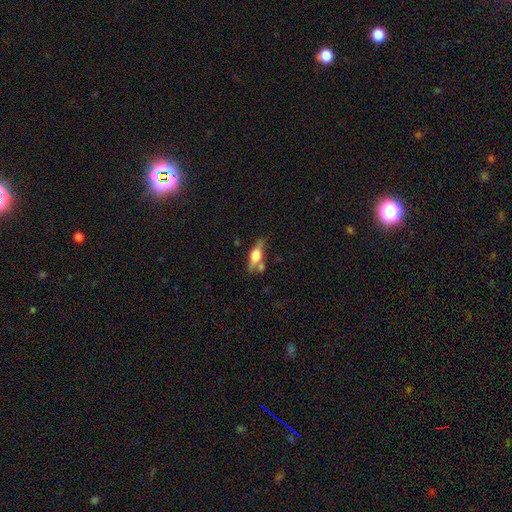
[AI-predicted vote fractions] Smooth or featured? featured or disk (52%)
Edge-on disk? yes (89%)
Merging? none (63%)